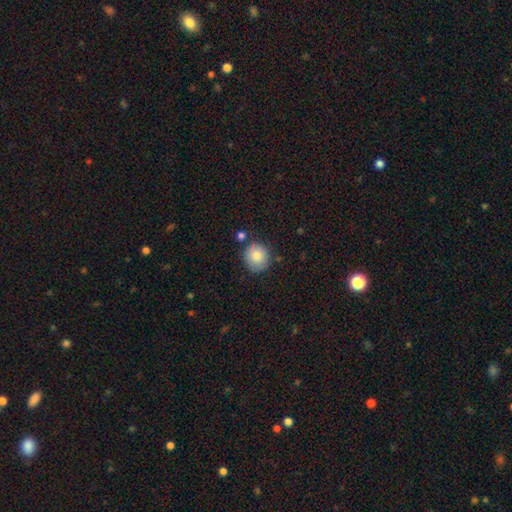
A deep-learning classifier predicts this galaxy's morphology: Q: Smooth or featured?
A: smooth (81%); runner-up: featured or disk (10%)
Q: How rounded?
A: round (88%); runner-up: in between (11%)
Q: Merging?
A: none (79%); runner-up: minor disturbance (13%)